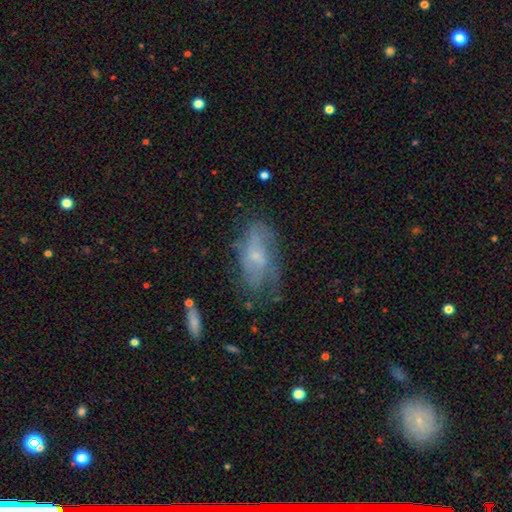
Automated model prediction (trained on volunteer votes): This appears to be a featured or disk galaxy (59%) with no bar (67%), spiral arms (71%) and a small central bulge (65%). Merging: none (55%).